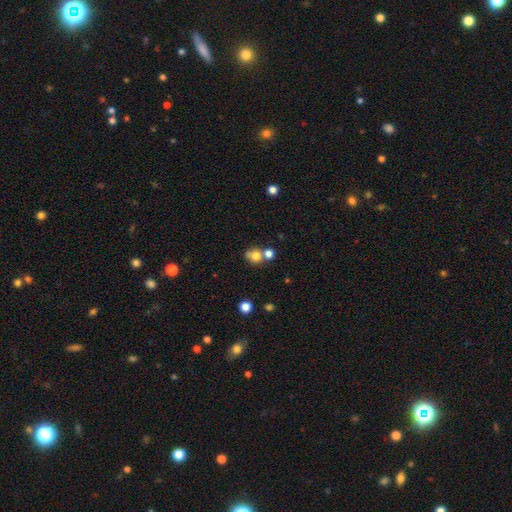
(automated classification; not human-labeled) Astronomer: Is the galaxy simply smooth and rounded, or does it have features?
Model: smooth — 75%.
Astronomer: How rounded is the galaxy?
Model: round — 69%.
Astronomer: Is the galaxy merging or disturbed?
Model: none — 43% (runner-up: merger, 40%).